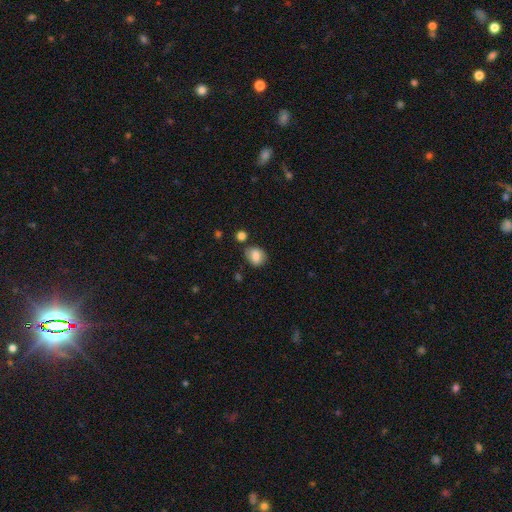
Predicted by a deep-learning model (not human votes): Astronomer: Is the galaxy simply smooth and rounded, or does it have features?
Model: smooth — 78%.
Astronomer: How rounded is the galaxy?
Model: in between — 55% (runner-up: round, 44%).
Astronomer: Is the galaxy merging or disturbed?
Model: none — 71%.